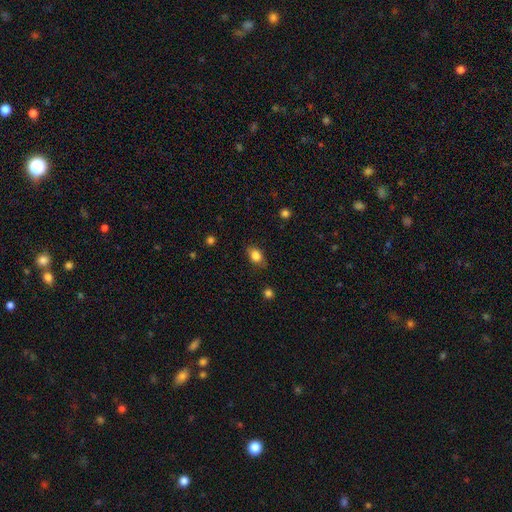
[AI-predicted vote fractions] This is clearly a smooth galaxy (84%). How rounded: likely in between (74%). Merging: likely none (79%).